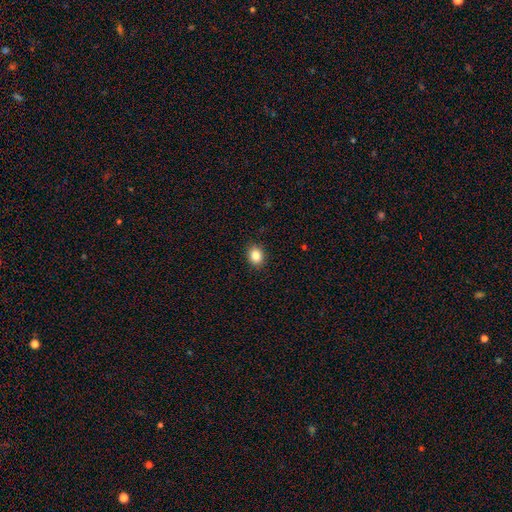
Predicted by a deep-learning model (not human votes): A smooth galaxy with no disk features (85%) that is round (55%). Merging: none (90%).